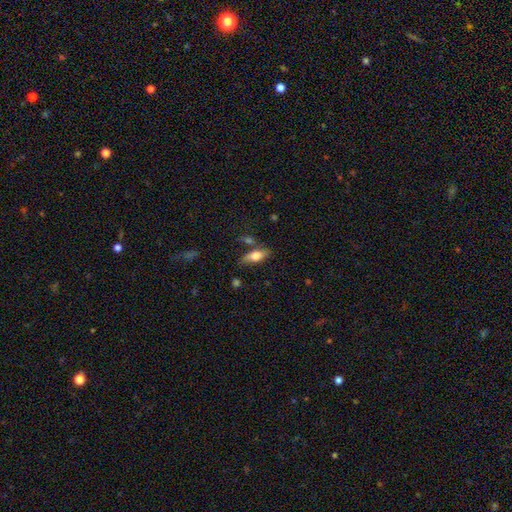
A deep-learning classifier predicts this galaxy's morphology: A smooth galaxy with no disk features (66%) that is in between round and cigar-shaped (70%). Merging: none (66%).